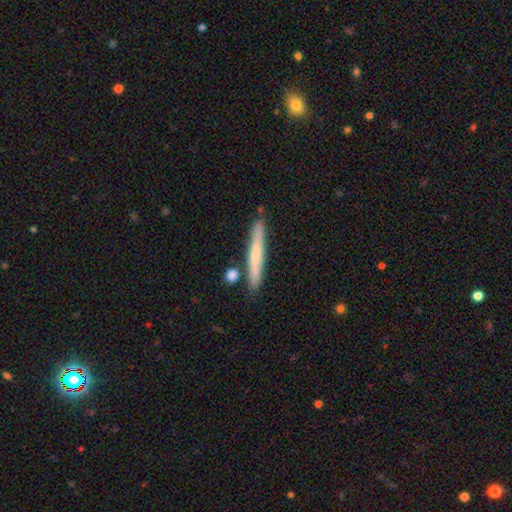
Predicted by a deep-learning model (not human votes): smooth_or_featured: smooth (p=0.59) [alt: featured or disk p=0.35]
how_rounded: cigar-shaped (p=0.96) [alt: in between p=0.03]
merging: none (p=0.84) [alt: minor disturbance p=0.10]